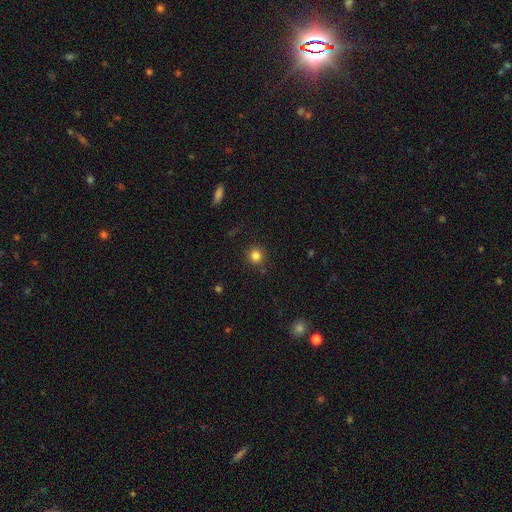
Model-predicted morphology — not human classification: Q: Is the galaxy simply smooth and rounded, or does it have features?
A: smooth — 82%.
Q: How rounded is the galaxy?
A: round — 94%.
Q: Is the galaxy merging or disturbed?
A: none — 89%.